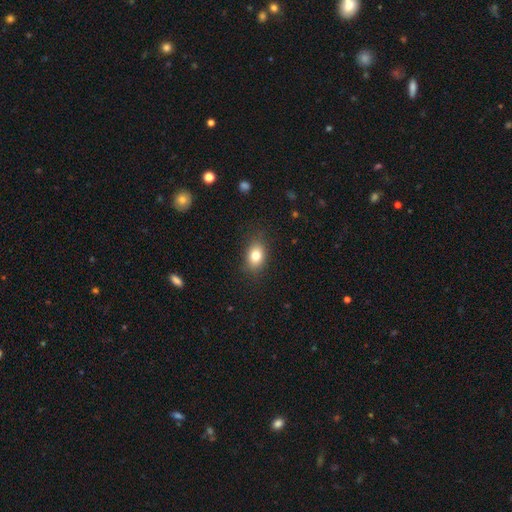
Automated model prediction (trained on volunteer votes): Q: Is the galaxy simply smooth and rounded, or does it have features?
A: smooth — 80%.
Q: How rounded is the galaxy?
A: in between — 75%.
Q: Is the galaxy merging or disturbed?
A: none — 85%.